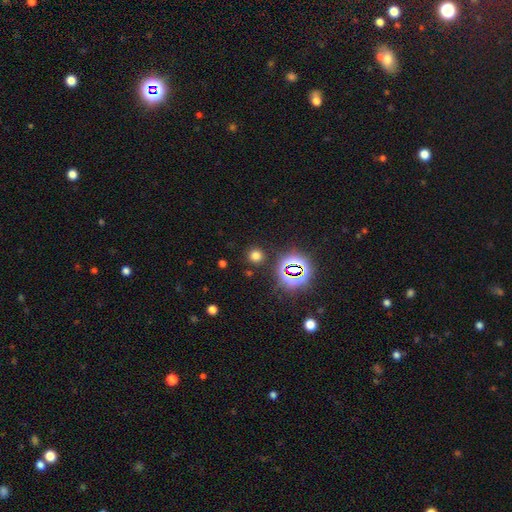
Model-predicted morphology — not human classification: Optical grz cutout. It shows a smooth galaxy with no disk features (66%) that is round (91%). Merging: none (88%).